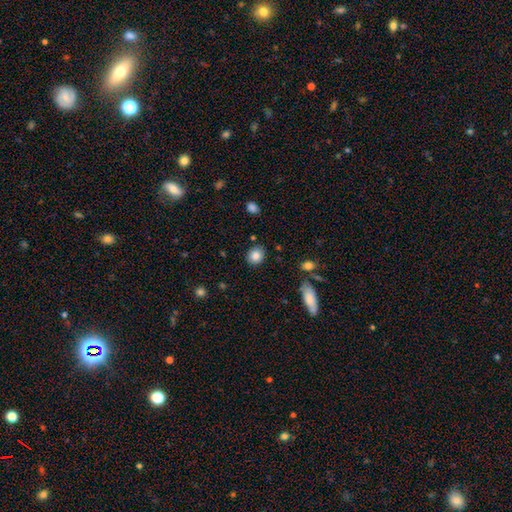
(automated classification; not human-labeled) A smooth galaxy with no disk features (84%) that is round (67%). Merging: none (85%).